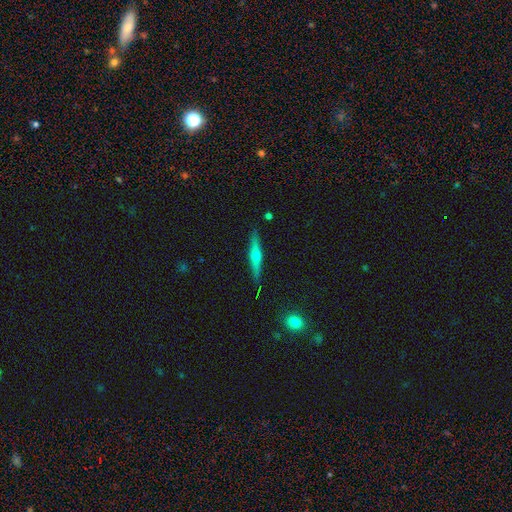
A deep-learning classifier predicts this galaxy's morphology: smooth-or-featured: featured or disk: 65% | smooth: 28% | star or artifact: 7%
  disk-edge-on: yes: 97% | no: 3%
    edge-on-bulge: rounded: 90% | none: 6% | boxy: 4%
  merging: none: 88% | minor disturbance: 8% | major disturbance: 2% | merger: 2%